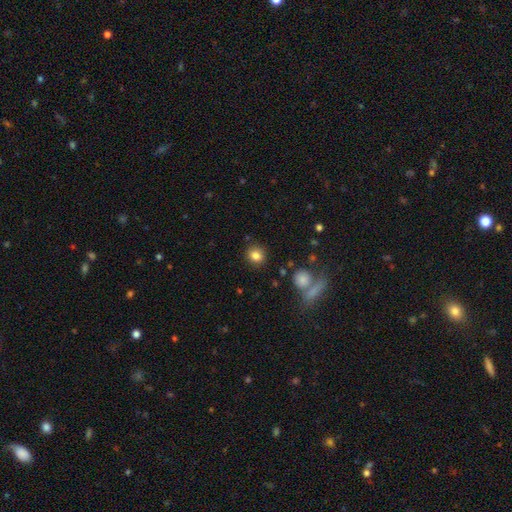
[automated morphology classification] The model was most divided on "how rounded": round: 83%, in between: 16%, cigar-shaped: 1%. More confident: merging — none (87%); smooth or featured — smooth (83%).